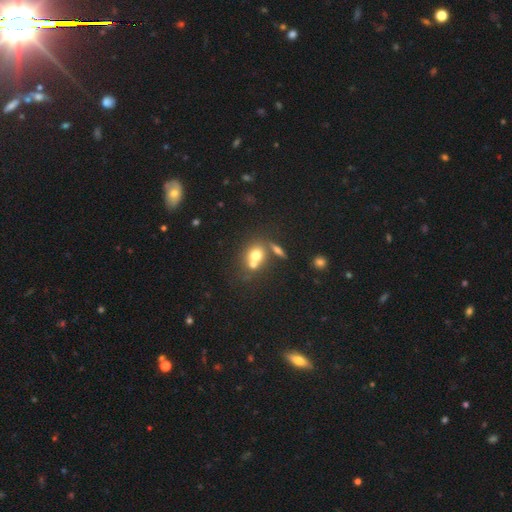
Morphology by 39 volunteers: Smooth or featured?
  - smooth: 74% *
  - featured or disk: 21%
  - star or artifact: 5%
How rounded?
  - round: 52% *
  - in between: 41%
  - cigar-shaped: 7%
Merging?
  - none: 49% *
  - merger: 43%
  - major disturbance: 5%
  - minor disturbance: 3%